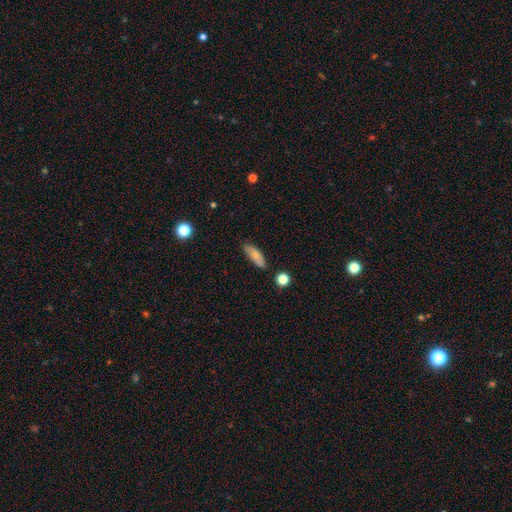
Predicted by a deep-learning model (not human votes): The model was most divided on "how rounded": in between: 65%, cigar-shaped: 32%, round: 3%. More confident: merging — none (76%); smooth or featured — smooth (74%).